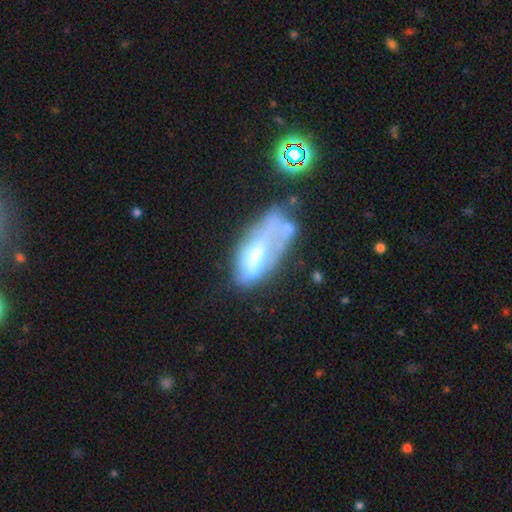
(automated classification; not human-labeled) A featured or disk galaxy (45%). Merging: major disturbance (36%).